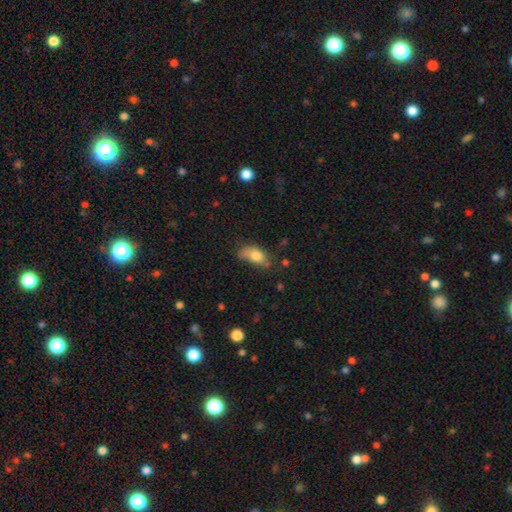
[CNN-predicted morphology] smooth 74%, featured or disk 17%, star or artifact 9%. Down the decision tree: how rounded — in between (85%); merging — none (39%).